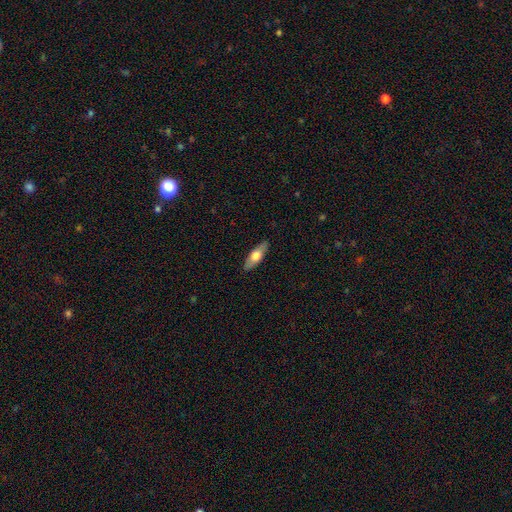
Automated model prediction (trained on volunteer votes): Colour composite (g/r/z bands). It shows a smooth galaxy with no disk features (57%) that is in between round and cigar-shaped (56%). Merging: none (88%).